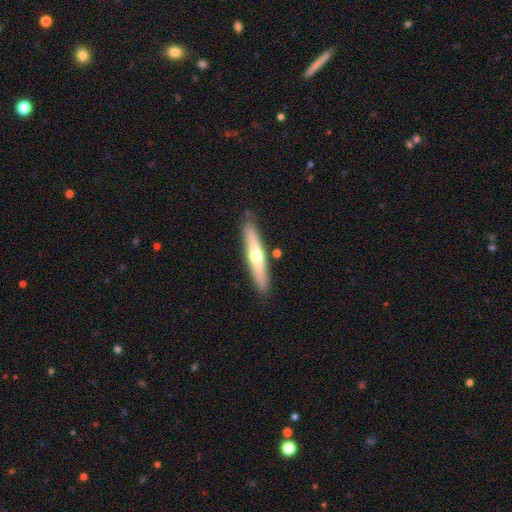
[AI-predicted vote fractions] Smooth or featured: featured or disk — 50% (smooth — 44%)
Edge-on disk: yes — 88% (no — 12%)
Merging: none — 85% (minor disturbance — 10%)